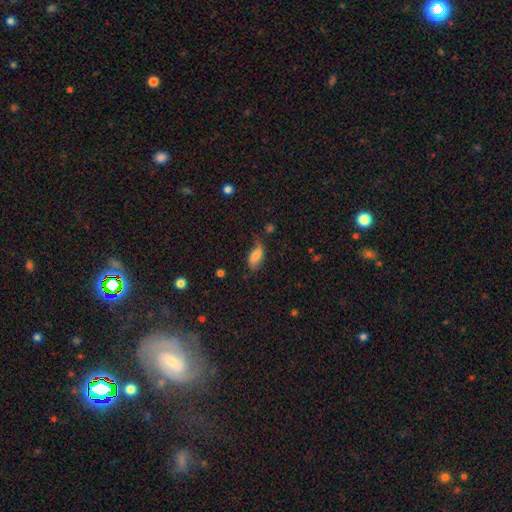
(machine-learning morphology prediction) smooth-or-featured: smooth: 66% | featured or disk: 26% | star or artifact: 9%
  how-rounded: in between: 88% | cigar-shaped: 8% | round: 4%
  merging: none: 54% | minor disturbance: 31% | major disturbance: 12% | merger: 3%